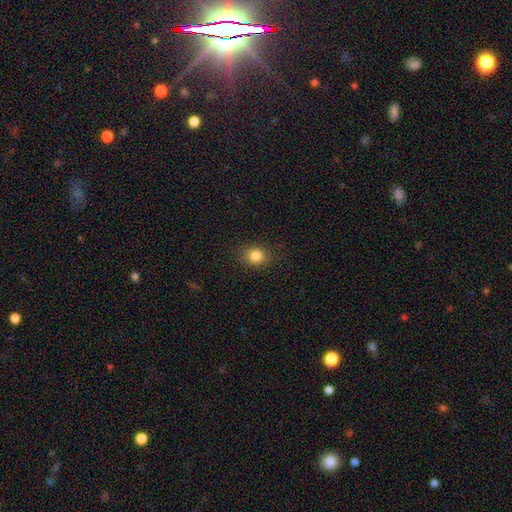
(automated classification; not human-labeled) Smooth or featured? Predicted: smooth (p=0.83). How rounded? Predicted: round (p=0.67). Merging? Predicted: none (p=0.87).